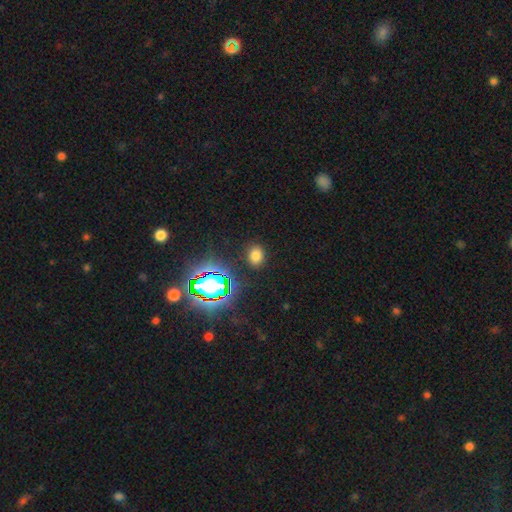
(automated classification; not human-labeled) smooth-or-featured: smooth: 72% | star or artifact: 22% | featured or disk: 6%
  how-rounded: in between: 51% | round: 48% | cigar-shaped: 1%
  merging: none: 87% | minor disturbance: 8% | major disturbance: 3% | merger: 2%